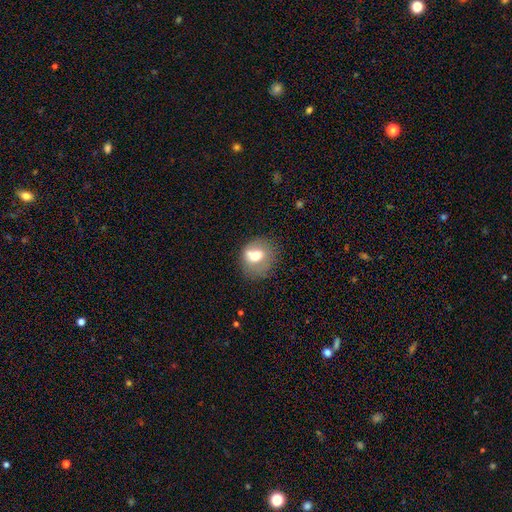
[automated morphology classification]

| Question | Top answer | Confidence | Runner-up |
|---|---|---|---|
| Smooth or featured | smooth | 61% | featured or disk (30%) |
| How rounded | round | 64% | in between (34%) |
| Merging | none | 60% | minor disturbance (22%) |